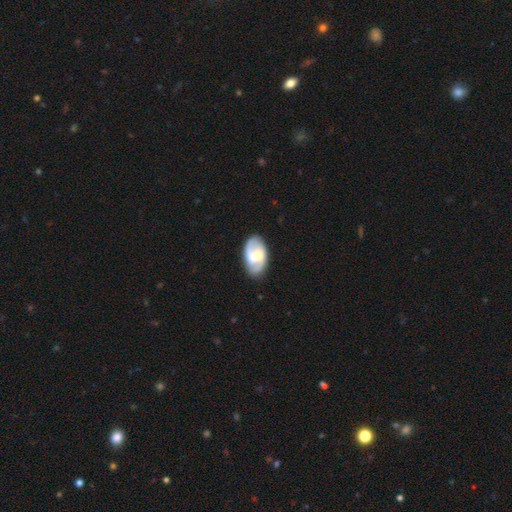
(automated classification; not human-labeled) This is likely a featured or disk galaxy (75%). It is clearly not viewed edge-on (96%). Bar: possibly weak (52%). Spiral arm pattern: clearly yes (89%). Spiral arm count: clearly 2 (86%). Spiral winding: possibly medium (46%). Central bulge: possibly moderate (53%). Merging: clearly none (81%).